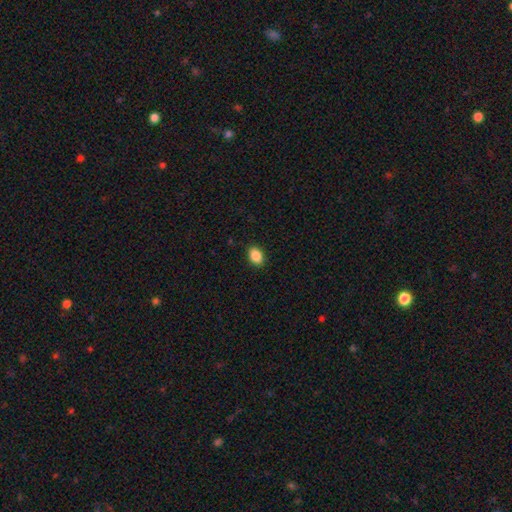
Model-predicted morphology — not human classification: smooth-or-featured: smooth: 88% | star or artifact: 8% | featured or disk: 3%
  how-rounded: in between: 79% | round: 20% | cigar-shaped: 1%
  merging: none: 90% | minor disturbance: 7% | major disturbance: 2% | merger: 1%